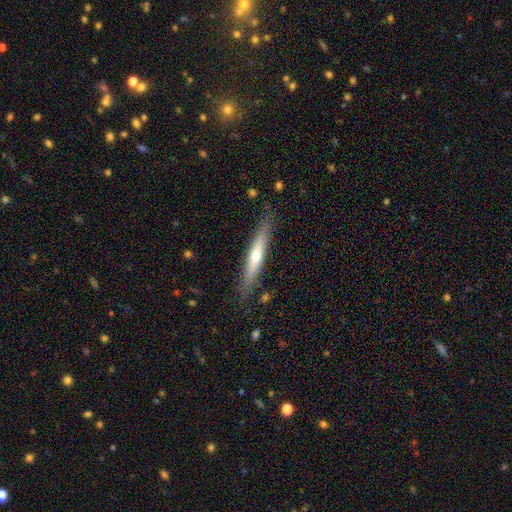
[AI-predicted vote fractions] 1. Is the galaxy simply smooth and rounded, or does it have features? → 50% featured or disk, 44% smooth, 6% star or artifact.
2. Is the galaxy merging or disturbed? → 86% none, 10% minor disturbance, 2% major disturbance, 1% merger.